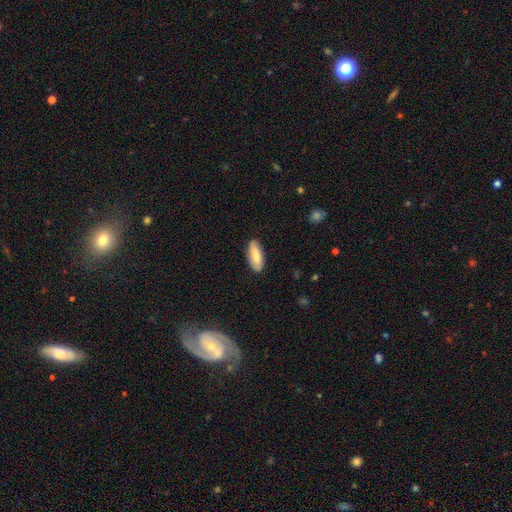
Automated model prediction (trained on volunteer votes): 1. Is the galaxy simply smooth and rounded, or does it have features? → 79% smooth, 16% featured or disk, 6% star or artifact.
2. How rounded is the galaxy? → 76% in between, 22% cigar-shaped, 2% round.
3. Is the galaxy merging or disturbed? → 85% none, 11% minor disturbance, 2% major disturbance, 1% merger.